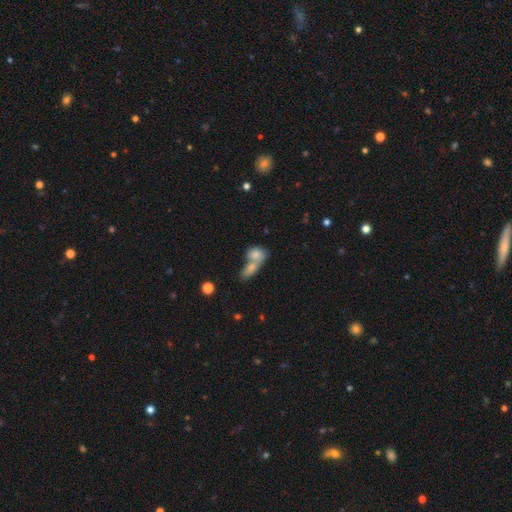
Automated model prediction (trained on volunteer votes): Smooth or featured? smooth (78%)
How rounded? in between (61%)
Merging? merger (66%)